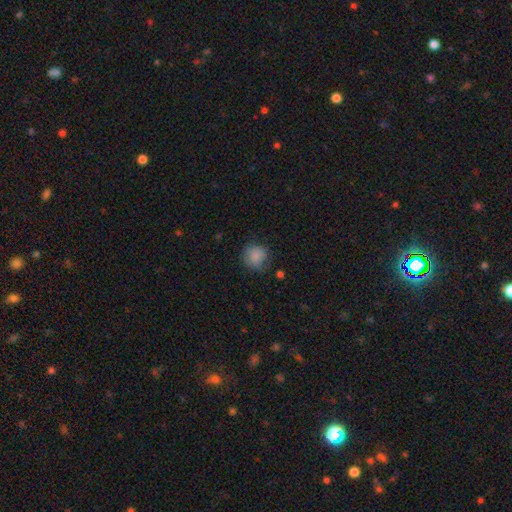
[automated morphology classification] smooth-or-featured: smooth: 83% | star or artifact: 9% | featured or disk: 7%
  how-rounded: round: 88% | in between: 12% | cigar-shaped: 1%
  merging: none: 67% | minor disturbance: 24% | major disturbance: 8% | merger: 2%